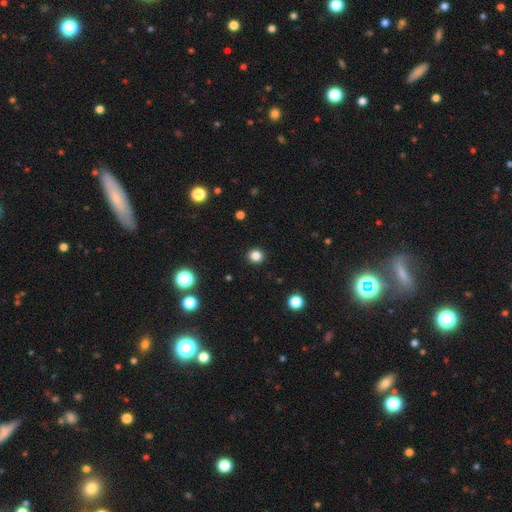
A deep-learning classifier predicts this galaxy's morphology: Smooth or featured: smooth — 83% (star or artifact — 13%)
How rounded: round — 91% (in between — 8%)
Merging: none — 92% (minor disturbance — 5%)